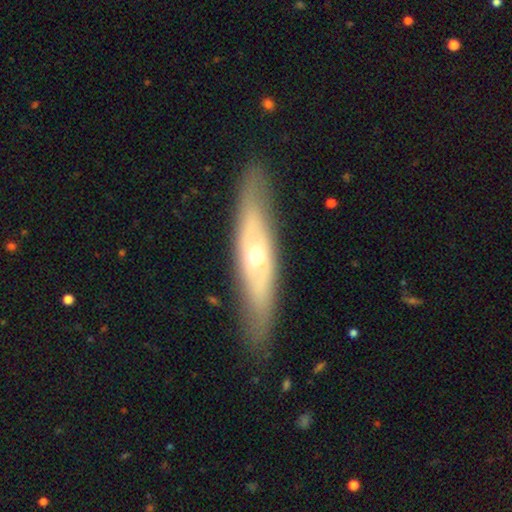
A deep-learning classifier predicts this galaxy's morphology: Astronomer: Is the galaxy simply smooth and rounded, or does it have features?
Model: featured or disk — 59% (runner-up: smooth, 34%).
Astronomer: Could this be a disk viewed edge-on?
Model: yes — 53% (runner-up: no, 47%).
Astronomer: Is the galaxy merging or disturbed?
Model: none — 82%.